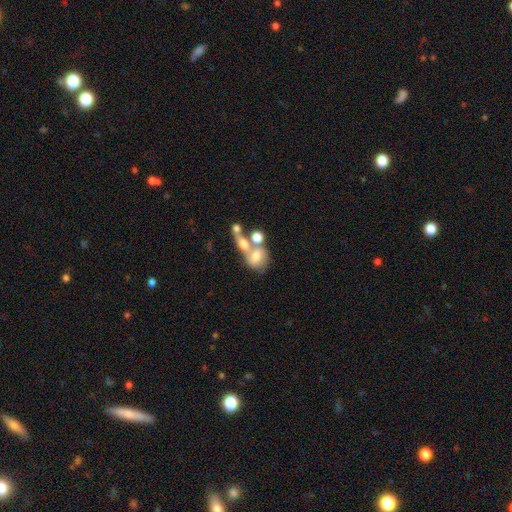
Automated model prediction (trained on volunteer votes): A smooth galaxy with no disk features (55%) that is in between round and cigar-shaped (55%). Merging: merger (59%).